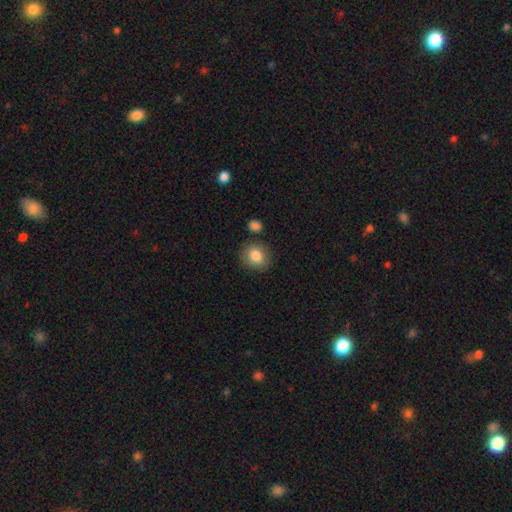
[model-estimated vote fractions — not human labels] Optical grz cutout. It shows a smooth galaxy with no disk features (82%) that is round (68%). Merging: none (79%).